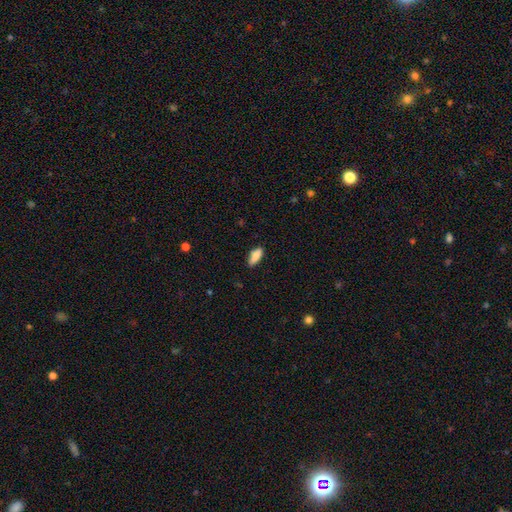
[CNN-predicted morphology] A smooth galaxy with no disk features (84%) that is in between round and cigar-shaped (72%).

Vote fractions:
- Smooth or featured? smooth: 84% / featured or disk: 9% / star or artifact: 7%
- How rounded? in between: 72% / cigar-shaped: 26% / round: 2%
- Merging? none: 81% / minor disturbance: 15% / major disturbance: 3% / merger: 1%